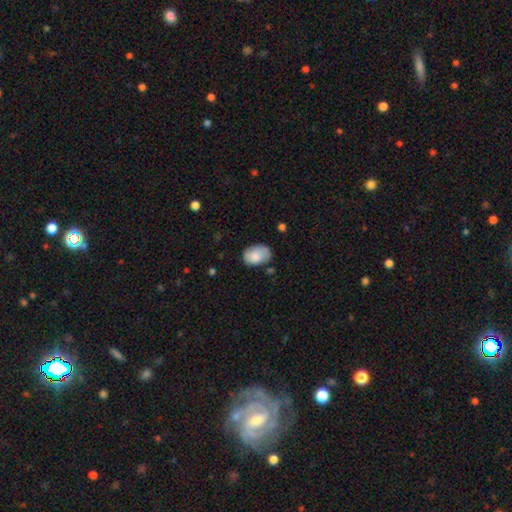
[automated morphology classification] This appears to be a smooth galaxy with no disk features (83%) that is in between round and cigar-shaped (84%). Merging: none (66%).